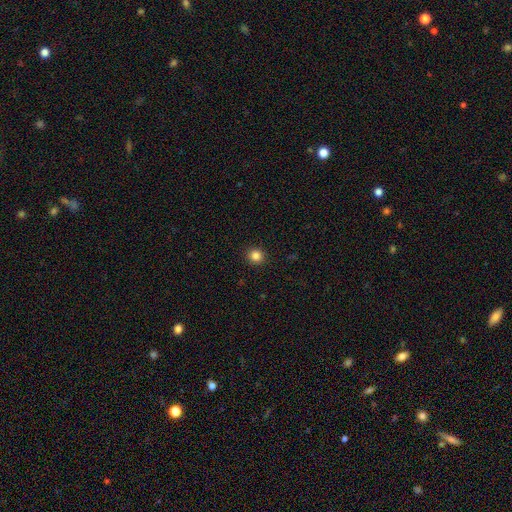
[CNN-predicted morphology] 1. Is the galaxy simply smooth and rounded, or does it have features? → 84% smooth, 12% star or artifact, 4% featured or disk.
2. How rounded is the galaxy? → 90% round, 9% in between, 1% cigar-shaped.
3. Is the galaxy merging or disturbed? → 92% none, 5% minor disturbance, 2% major disturbance, 1% merger.